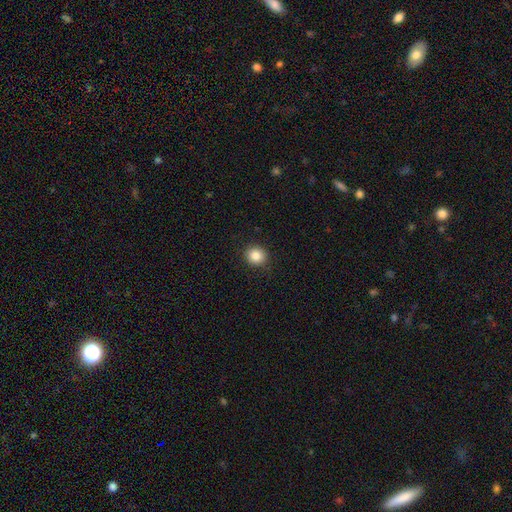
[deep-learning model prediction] smooth_or_featured: smooth (p=0.86) [alt: star or artifact p=0.10]
how_rounded: round (p=0.84) [alt: in between p=0.15]
merging: none (p=0.89) [alt: minor disturbance p=0.07]